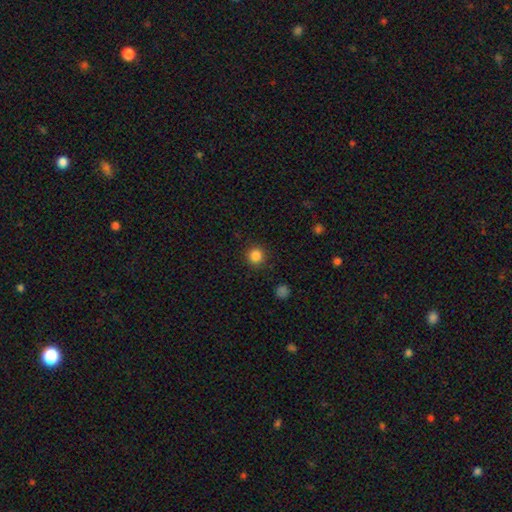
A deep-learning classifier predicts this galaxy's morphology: Smooth or featured: smooth — 85% (star or artifact — 12%)
How rounded: round — 94% (in between — 5%)
Merging: none — 90% (minor disturbance — 6%)